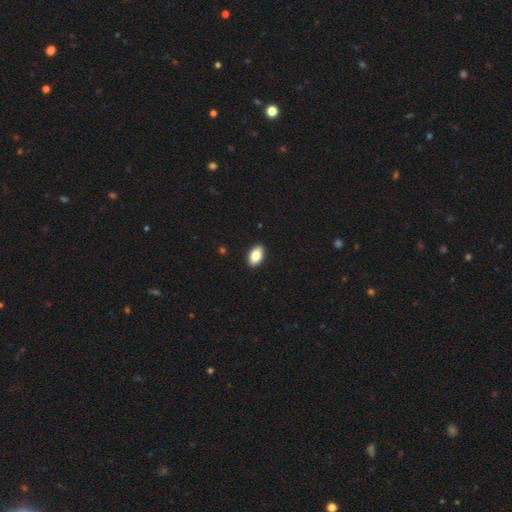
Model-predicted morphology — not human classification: A smooth galaxy with no disk features (83%) that is in between round and cigar-shaped (92%). Merging: none (91%).